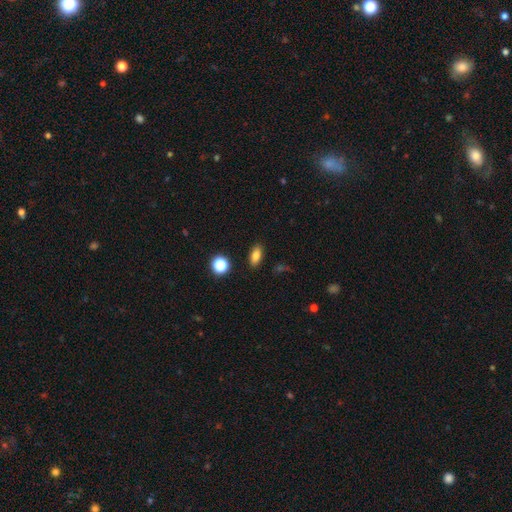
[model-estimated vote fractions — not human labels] Smooth or featured?
  - smooth: 80% *
  - star or artifact: 12%
  - featured or disk: 8%
How rounded?
  - in between: 83% *
  - round: 9%
  - cigar-shaped: 8%
Merging?
  - none: 88% *
  - minor disturbance: 8%
  - major disturbance: 2%
  - merger: 2%